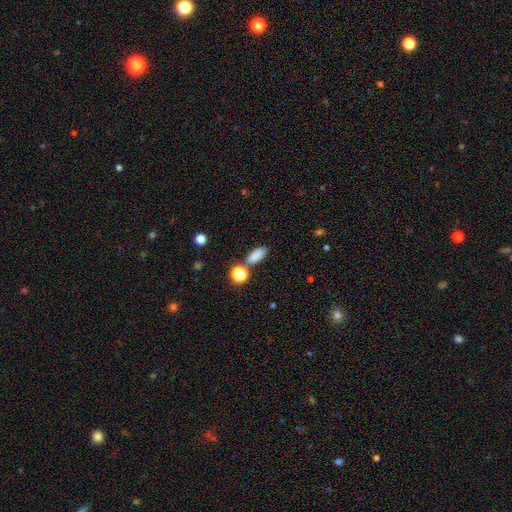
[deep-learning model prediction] Smooth or featured? smooth (84%)
How rounded? in between (79%)
Merging? none (74%)